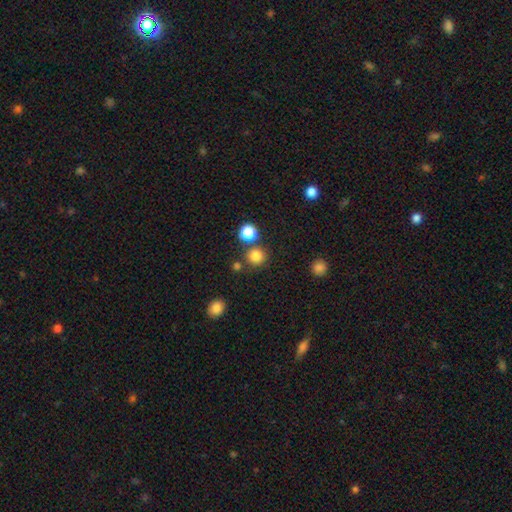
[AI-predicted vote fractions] The model was most divided on "smooth or featured": smooth: 81%, star or artifact: 14%, featured or disk: 5%. More confident: how rounded — round (93%); merging — none (79%).